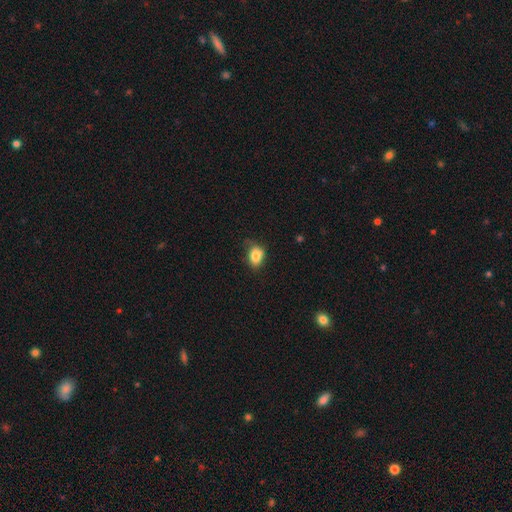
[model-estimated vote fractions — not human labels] Smooth or featured? smooth (83%)
How rounded? in between (67%)
Merging? none (55%)